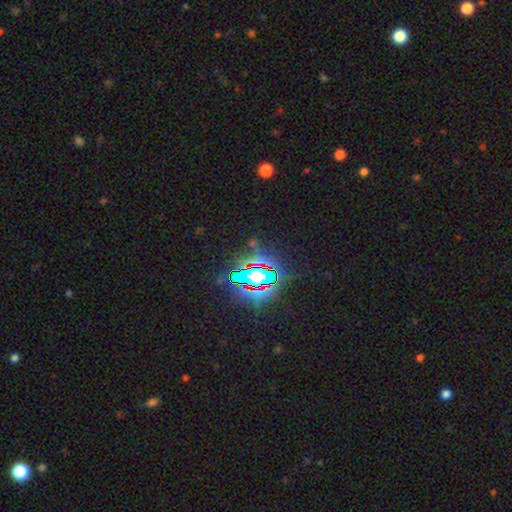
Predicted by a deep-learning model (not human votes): Smooth or featured? Predicted: star or artifact (p=0.83).